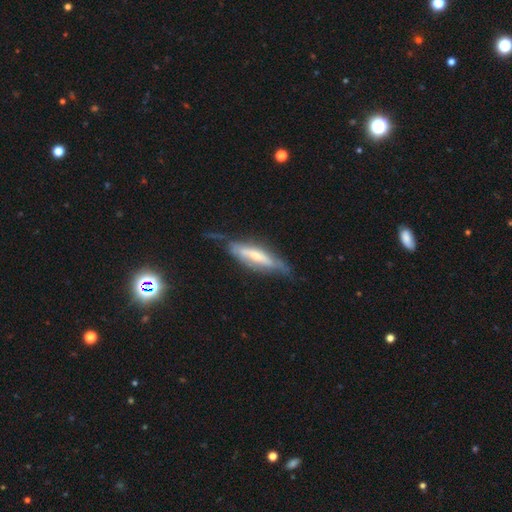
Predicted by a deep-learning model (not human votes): The model was most divided on "edge-on disk": yes: 60%, no: 40%. More confident: smooth or featured — featured or disk (63%); merging — none (52%).